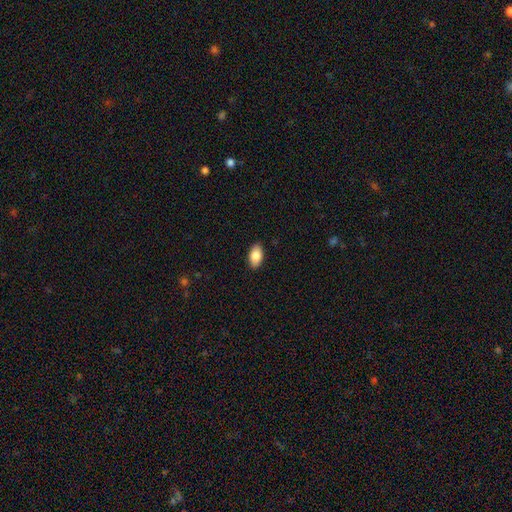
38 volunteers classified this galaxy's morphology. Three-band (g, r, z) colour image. It shows a smooth galaxy with no disk features (92%) that is in between round and cigar-shaped (91%). Merging: none (89%).